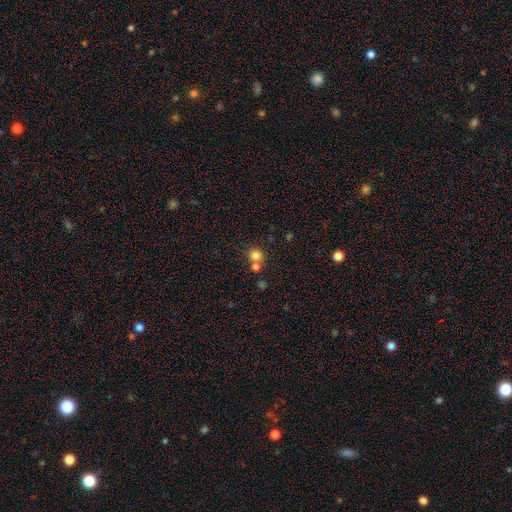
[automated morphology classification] Smooth or featured? smooth (80%)
How rounded? round (88%)
Merging? none (54%)